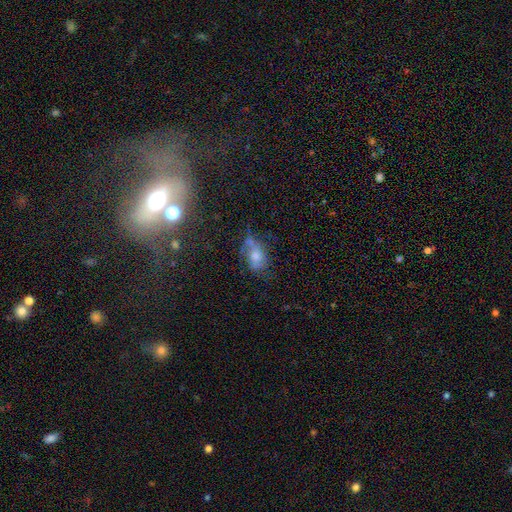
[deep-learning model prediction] Q: Smooth or featured?
A: smooth (42%); runner-up: featured or disk (34%)
Q: Merging?
A: none (47%); runner-up: minor disturbance (26%)